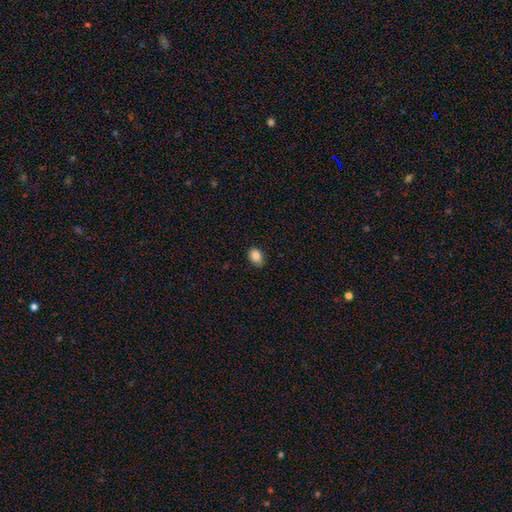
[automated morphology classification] This appears to be a smooth galaxy with no disk features (86%) that is in between round and cigar-shaped (79%). Merging: none (82%).